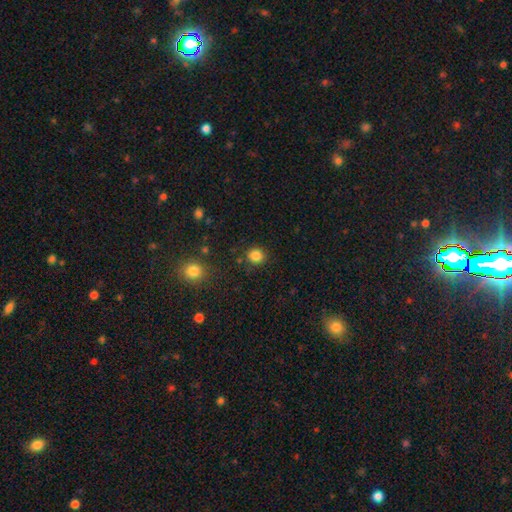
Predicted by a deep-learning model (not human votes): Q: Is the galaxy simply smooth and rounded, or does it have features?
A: smooth — 84%.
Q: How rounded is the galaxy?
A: round — 89%.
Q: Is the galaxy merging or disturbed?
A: none — 87%.